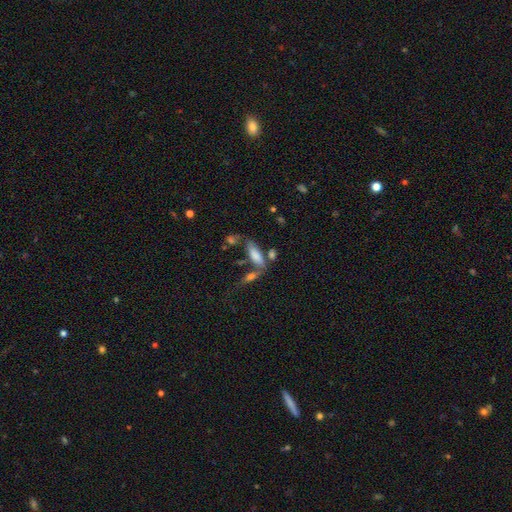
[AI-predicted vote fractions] This appears to be a smooth galaxy with no disk features (77%) that is in between round and cigar-shaped (63%). Merging: none (51%).